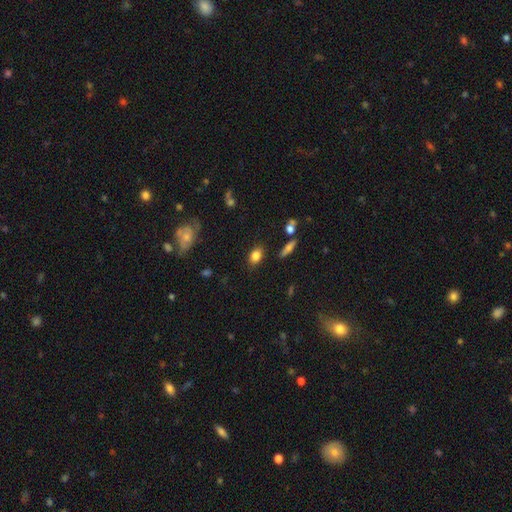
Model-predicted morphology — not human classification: Overall: smooth (83%). How rounded: in between (75%). Merging: none (81%).